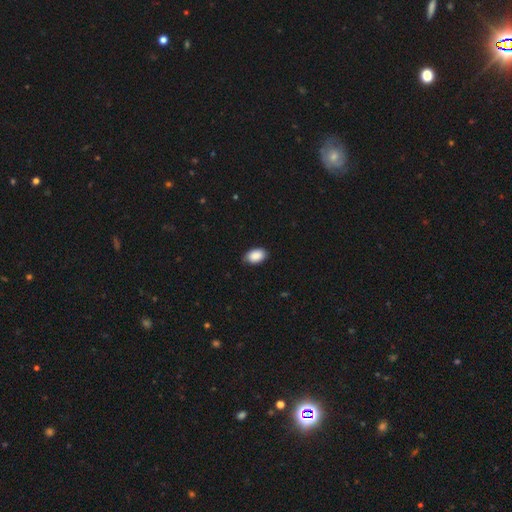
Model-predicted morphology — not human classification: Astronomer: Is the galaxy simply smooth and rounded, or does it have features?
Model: smooth — 90%.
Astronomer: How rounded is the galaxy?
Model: in between — 91%.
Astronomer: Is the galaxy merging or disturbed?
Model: none — 83%.